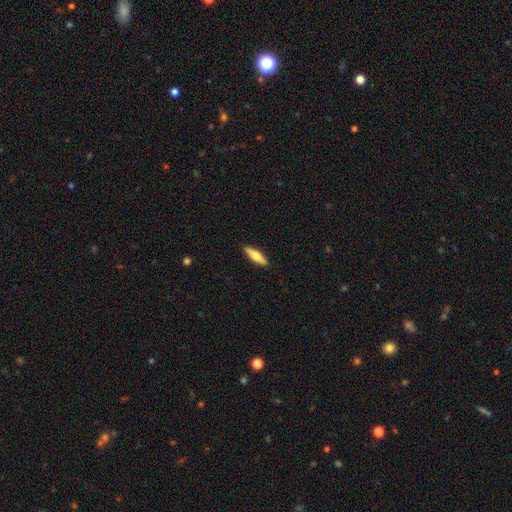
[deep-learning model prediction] A smooth galaxy with no disk features (56%) that is cigar-shaped (64%).

Vote fractions:
- Smooth or featured? smooth: 56% / featured or disk: 39% / star or artifact: 6%
- How rounded? cigar-shaped: 64% / in between: 34% / round: 2%
- Merging? none: 90% / minor disturbance: 8% / major disturbance: 2% / merger: 1%